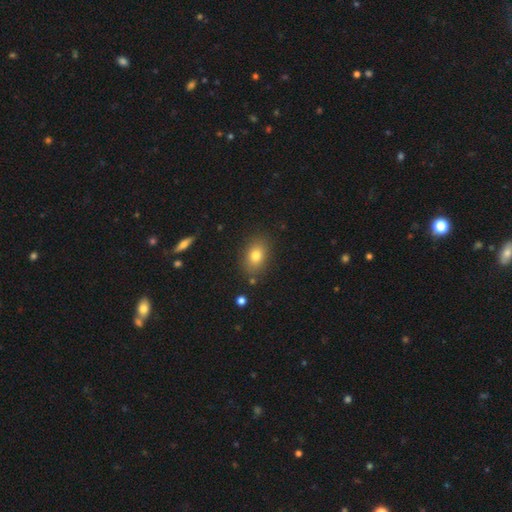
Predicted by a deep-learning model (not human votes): This appears to be a smooth galaxy with no disk features (79%) that is in between round and cigar-shaped (75%). Merging: none (83%).